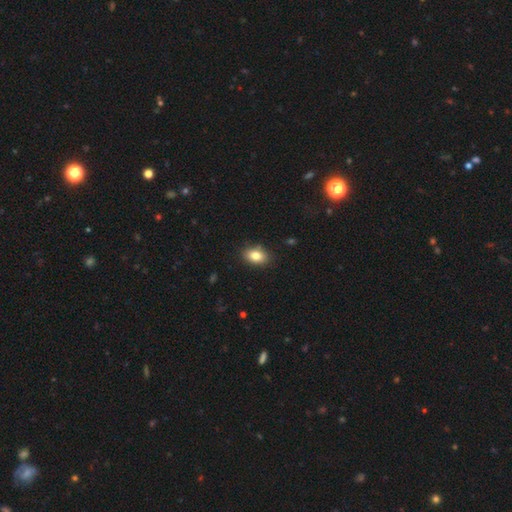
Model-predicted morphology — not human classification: smooth-or-featured: smooth: 84% | star or artifact: 8% | featured or disk: 8%
  how-rounded: in between: 84% | round: 15% | cigar-shaped: 2%
  merging: none: 87% | minor disturbance: 9% | major disturbance: 2% | merger: 1%